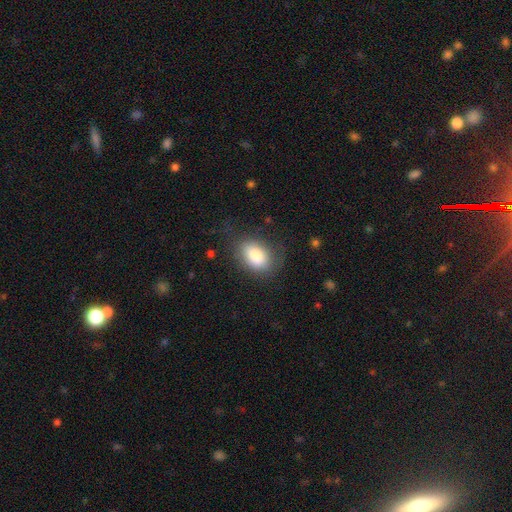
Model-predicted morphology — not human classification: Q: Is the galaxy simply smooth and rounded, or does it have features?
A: smooth — 82%.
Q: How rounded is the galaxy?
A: in between — 80%.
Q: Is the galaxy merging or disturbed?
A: none — 71%.